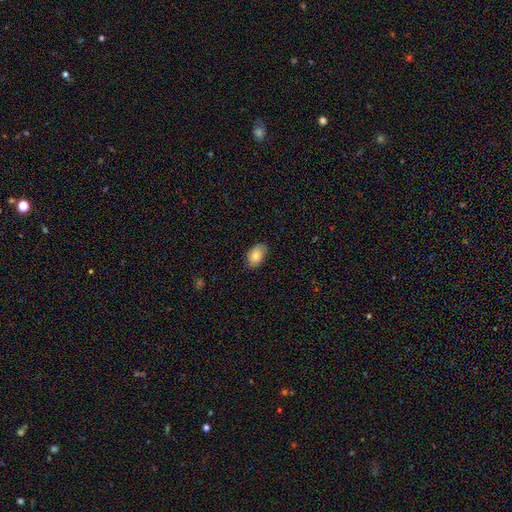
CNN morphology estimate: This is clearly a smooth galaxy (81%). How rounded: clearly in between (89%). Merging: likely none (79%).